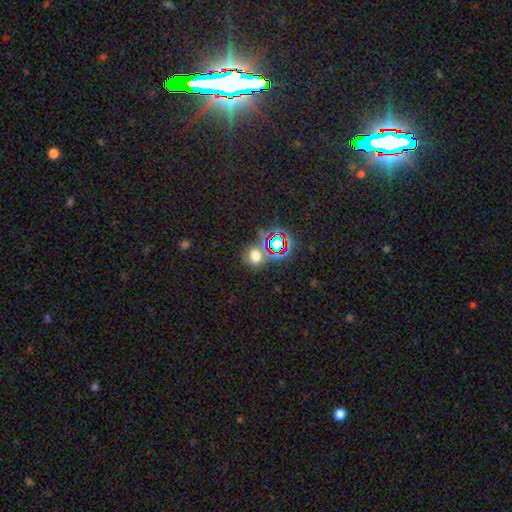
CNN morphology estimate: Smooth or featured?
  - smooth: 59% *
  - star or artifact: 32%
  - featured or disk: 9%
How rounded?
  - round: 75% *
  - in between: 24%
  - cigar-shaped: 1%
Merging?
  - none: 68% *
  - minor disturbance: 13%
  - merger: 13%
  - major disturbance: 7%